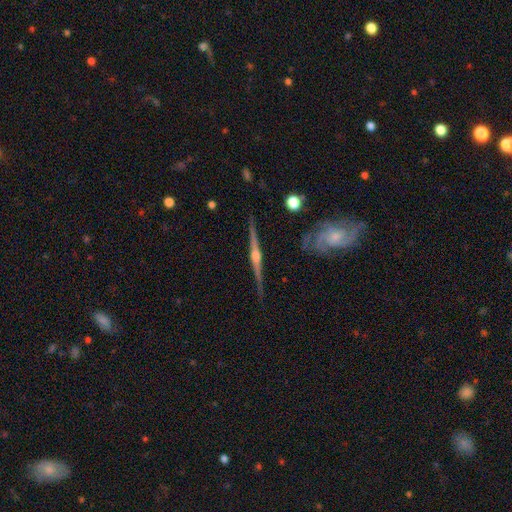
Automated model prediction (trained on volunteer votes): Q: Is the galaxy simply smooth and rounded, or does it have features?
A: featured or disk — 88%.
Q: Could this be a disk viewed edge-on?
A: yes — 97%.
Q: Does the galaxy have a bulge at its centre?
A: rounded — 90%.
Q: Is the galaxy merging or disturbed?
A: none — 85%.